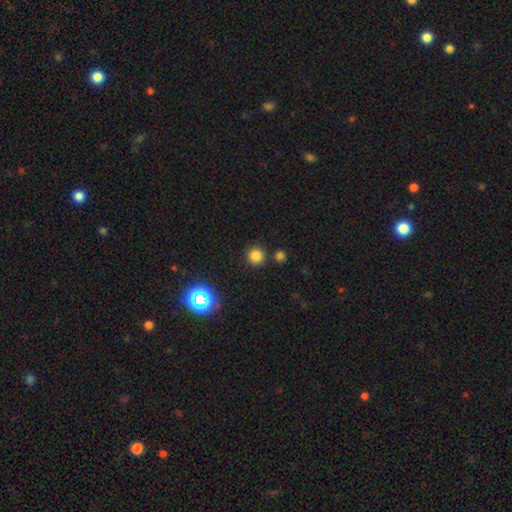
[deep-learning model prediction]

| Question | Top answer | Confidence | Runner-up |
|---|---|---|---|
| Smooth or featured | smooth | 79% | star or artifact (17%) |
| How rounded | round | 95% | in between (4%) |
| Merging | none | 85% | merger (7%) |